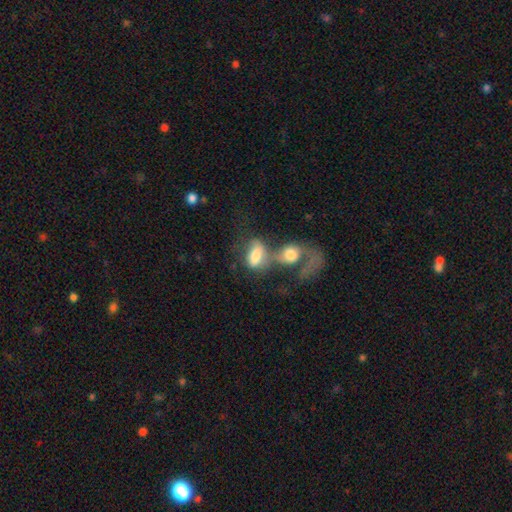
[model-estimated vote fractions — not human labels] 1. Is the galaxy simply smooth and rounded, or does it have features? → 61% smooth, 30% featured or disk, 9% star or artifact.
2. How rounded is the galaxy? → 87% in between, 9% round, 4% cigar-shaped.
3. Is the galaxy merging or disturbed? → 68% merger, 13% major disturbance, 12% none, 6% minor disturbance.